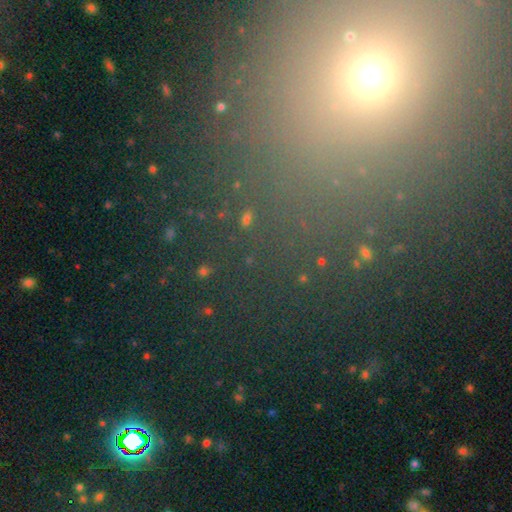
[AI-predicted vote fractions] The model was most divided on "smooth or featured": star or artifact: 66%, smooth: 23%, featured or disk: 11%.